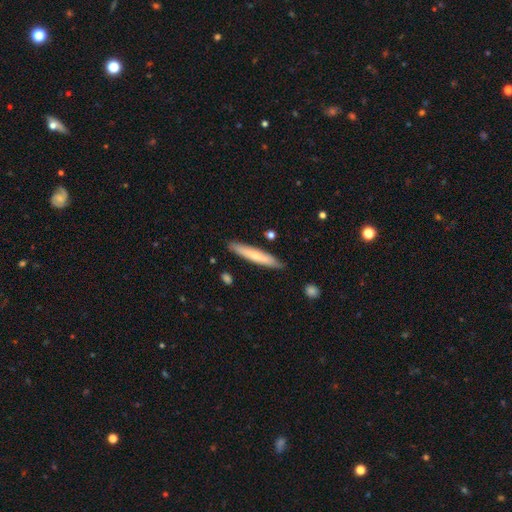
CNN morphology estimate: Smooth or featured: smooth — 61% (featured or disk — 34%)
How rounded: cigar-shaped — 91% (in between — 8%)
Merging: none — 87% (minor disturbance — 9%)